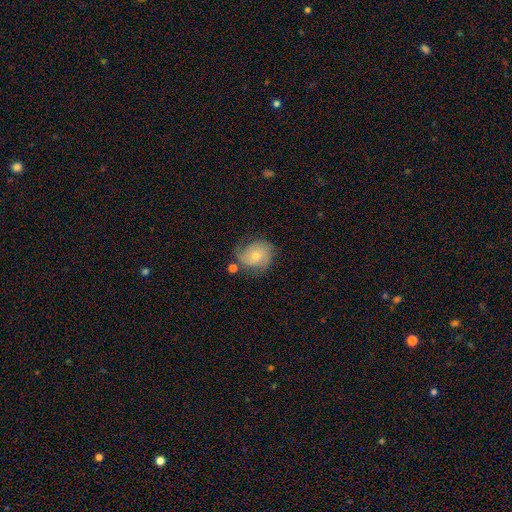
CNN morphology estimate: The model was most divided on "bulge size" (2-way tie): small: 48%, moderate: 48%, large: 2%, none: 2%, dominant: 1%. More confident: edge-on disk — no (97%); spiral arms — yes (83%); bar — no (79%); merging — none (57%); smooth or featured — featured or disk (52%).